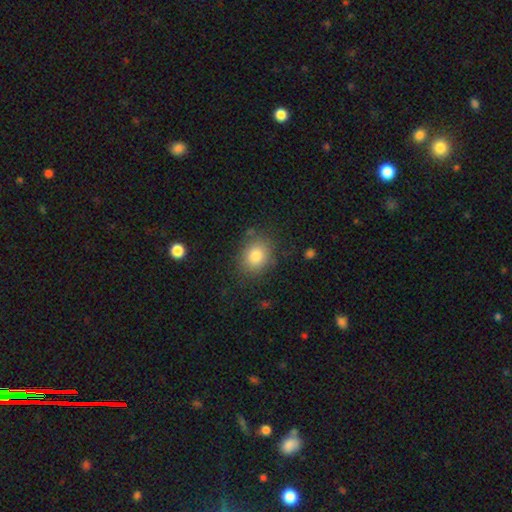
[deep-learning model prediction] Q: Smooth or featured?
A: smooth (83%); runner-up: star or artifact (9%)
Q: How rounded?
A: round (61%); runner-up: in between (39%)
Q: Merging?
A: none (80%); runner-up: minor disturbance (13%)